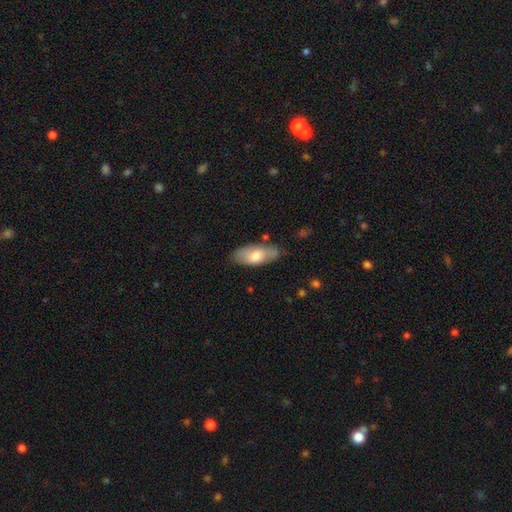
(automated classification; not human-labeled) Q: Smooth or featured?
A: smooth (67%); runner-up: featured or disk (27%)
Q: How rounded?
A: in between (86%); runner-up: cigar-shaped (11%)
Q: Merging?
A: none (79%); runner-up: minor disturbance (15%)